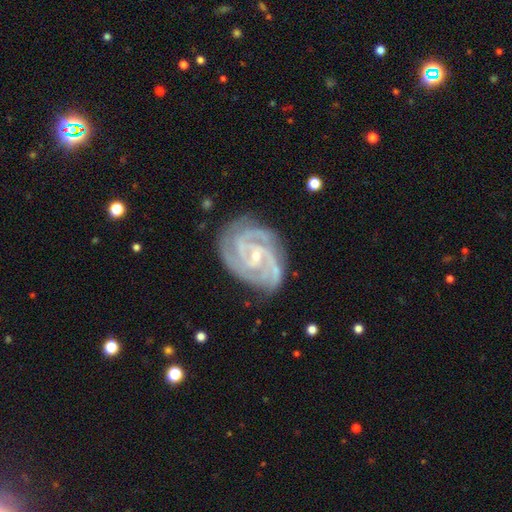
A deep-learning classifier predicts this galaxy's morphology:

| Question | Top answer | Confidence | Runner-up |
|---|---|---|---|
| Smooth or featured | featured or disk | 93% | star or artifact (5%) |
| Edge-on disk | no | 98% | yes (2%) |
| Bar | no | 50% | weak (36%) |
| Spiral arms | yes | 99% | no (1%) |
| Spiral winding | tight | 65% | medium (32%) |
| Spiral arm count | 3 | 45% | 2 (20%) |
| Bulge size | small | 76% | moderate (21%) |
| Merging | none | 75% | minor disturbance (19%) |